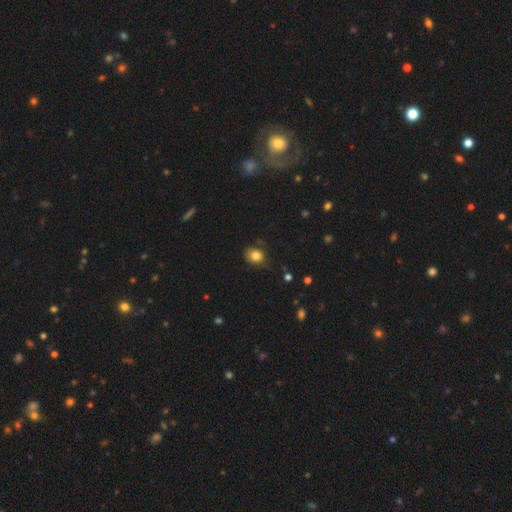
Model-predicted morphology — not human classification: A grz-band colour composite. It shows a smooth galaxy with no disk features (80%) that is round (57%). Merging: none (68%).